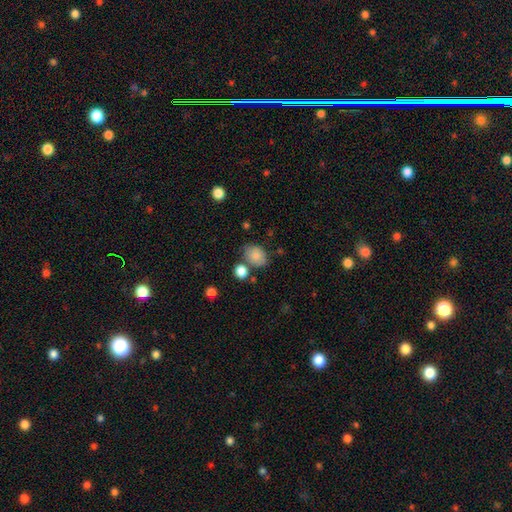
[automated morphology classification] Q: Smooth or featured?
A: smooth (85%); runner-up: star or artifact (9%)
Q: How rounded?
A: in between (65%); runner-up: round (34%)
Q: Merging?
A: none (65%); runner-up: minor disturbance (17%)